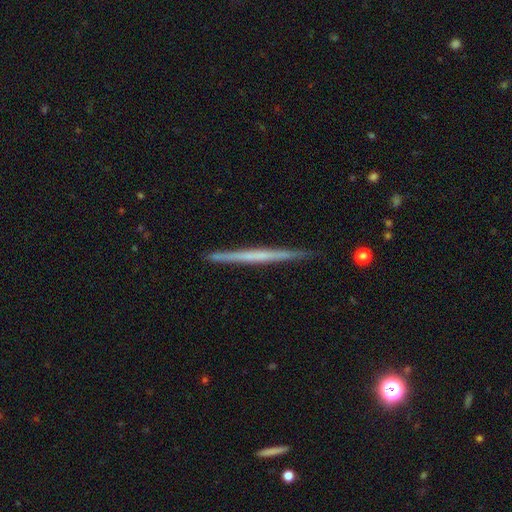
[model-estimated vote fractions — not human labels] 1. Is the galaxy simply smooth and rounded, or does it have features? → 60% featured or disk, 34% smooth, 5% star or artifact.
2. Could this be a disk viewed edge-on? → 98% yes, 2% no.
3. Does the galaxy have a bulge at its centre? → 85% none, 10% rounded, 5% boxy.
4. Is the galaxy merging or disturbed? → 91% none, 7% minor disturbance, 1% major disturbance, 1% merger.